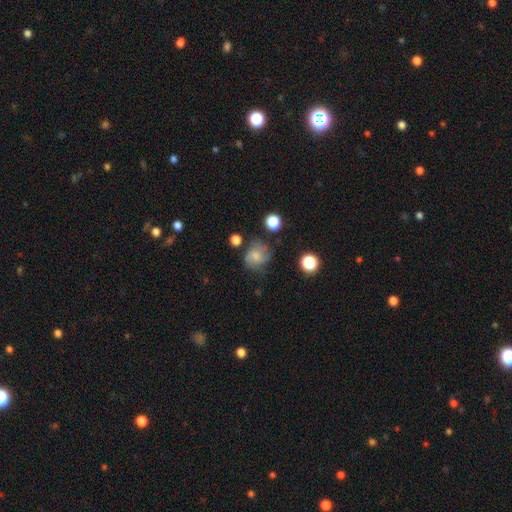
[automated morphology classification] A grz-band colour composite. It shows a smooth galaxy with no disk features (59%) that is round (73%). Merging: none (60%).